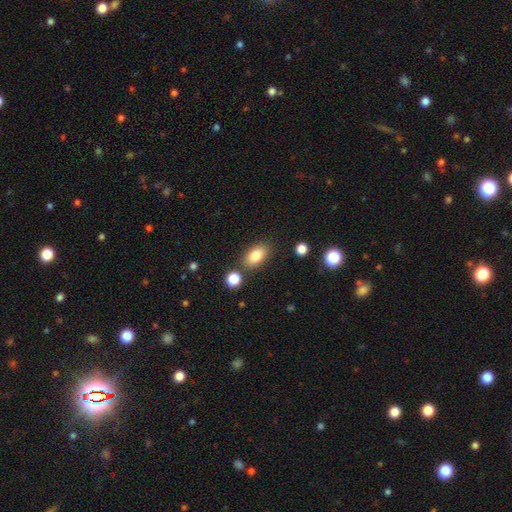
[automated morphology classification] smooth-or-featured: smooth: 82% | featured or disk: 10% | star or artifact: 8%
  how-rounded: in between: 89% | round: 7% | cigar-shaped: 4%
  merging: none: 79% | minor disturbance: 11% | merger: 7% | major disturbance: 3%